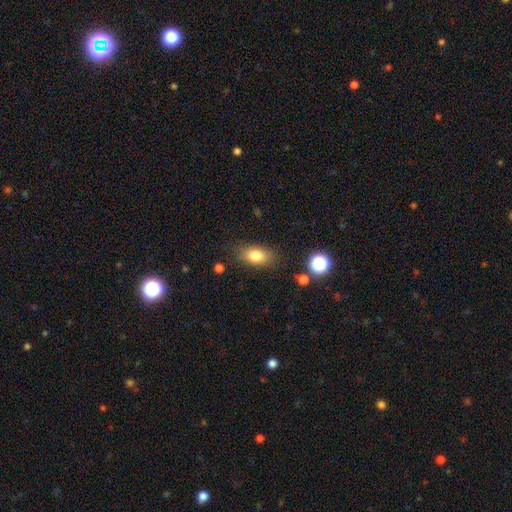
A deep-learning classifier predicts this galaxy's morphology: Overall: smooth (81%). How rounded: in between (84%). Merging: none (80%).